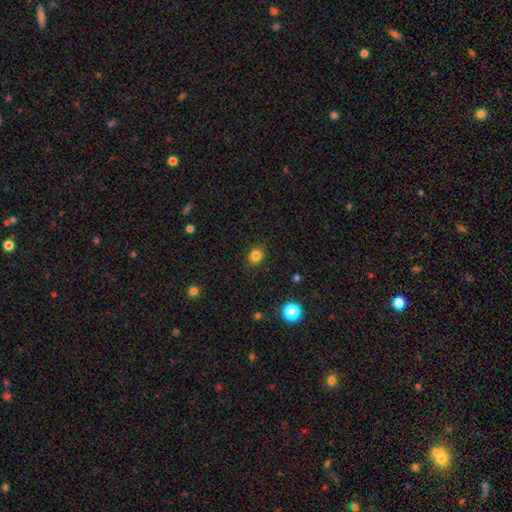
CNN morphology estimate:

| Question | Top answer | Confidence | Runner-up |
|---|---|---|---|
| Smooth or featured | smooth | 83% | star or artifact (12%) |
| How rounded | round | 63% | in between (36%) |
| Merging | none | 88% | minor disturbance (8%) |